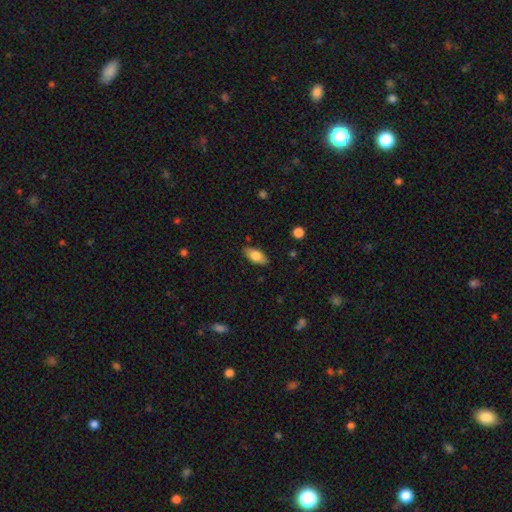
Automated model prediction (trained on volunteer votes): This is likely a smooth galaxy (77%). How rounded: clearly in between (89%). Merging: clearly none (86%).